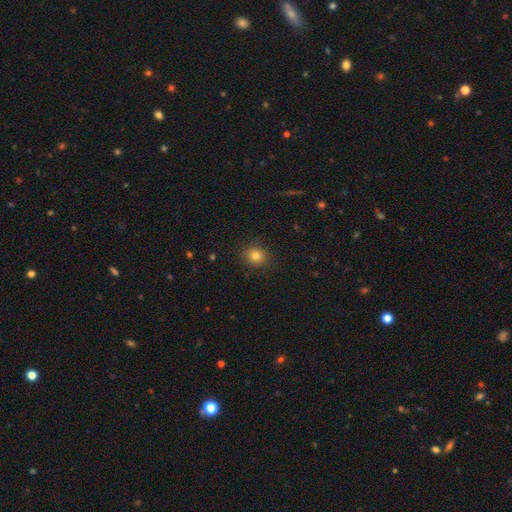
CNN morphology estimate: type=smooth (80%); roundness=round (77%); merging=none (89%).